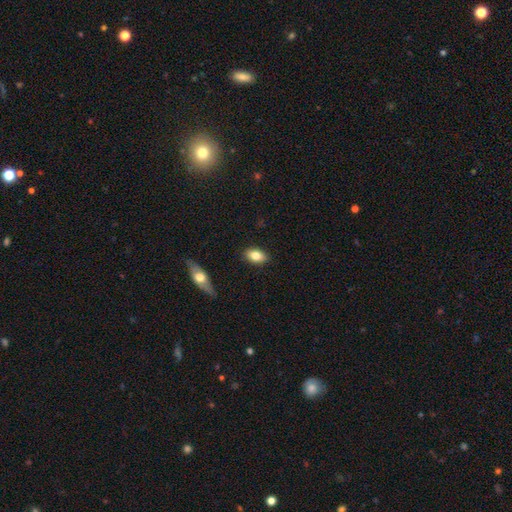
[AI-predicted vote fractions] Smooth or featured? Predicted: smooth (p=0.78). How rounded? Predicted: in between (p=0.87). Merging? Predicted: none (p=0.87).